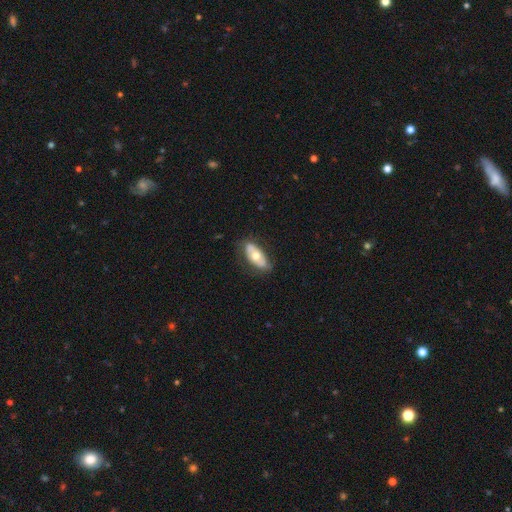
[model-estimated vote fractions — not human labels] Smooth or featured?
  - smooth: 51% *
  - featured or disk: 44%
  - star or artifact: 6%
How rounded?
  - in between: 88% *
  - cigar-shaped: 9%
  - round: 4%
Merging?
  - none: 76% *
  - minor disturbance: 17%
  - major disturbance: 5%
  - merger: 1%